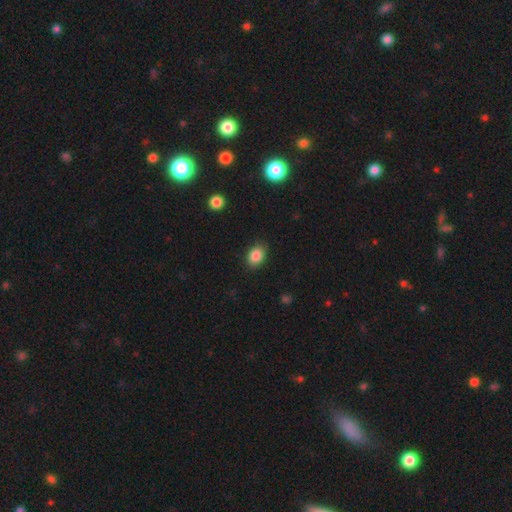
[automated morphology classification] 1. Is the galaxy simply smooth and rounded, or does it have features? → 86% smooth, 9% star or artifact, 5% featured or disk.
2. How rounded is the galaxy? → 71% in between, 28% round, 1% cigar-shaped.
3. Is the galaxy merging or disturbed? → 83% none, 13% minor disturbance, 3% major disturbance, 1% merger.